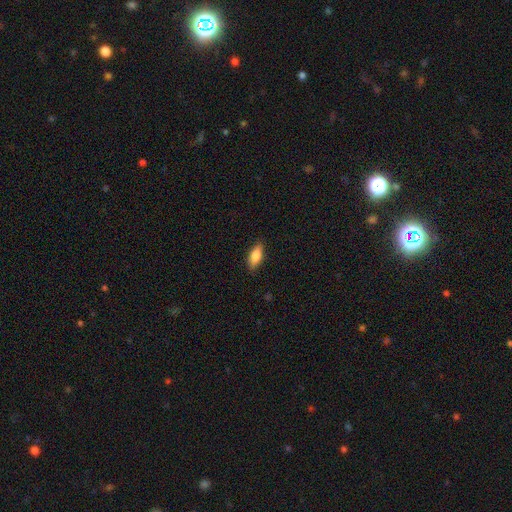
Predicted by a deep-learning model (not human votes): Smooth or featured? smooth (80%)
How rounded? in between (80%)
Merging? none (86%)